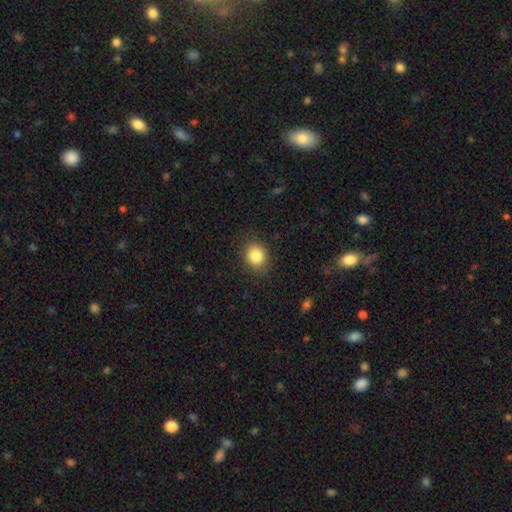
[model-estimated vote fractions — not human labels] Smooth or featured?
  - smooth: 85% *
  - star or artifact: 9%
  - featured or disk: 5%
How rounded?
  - round: 64% *
  - in between: 35%
  - cigar-shaped: 1%
Merging?
  - none: 86% *
  - minor disturbance: 10%
  - major disturbance: 3%
  - merger: 1%